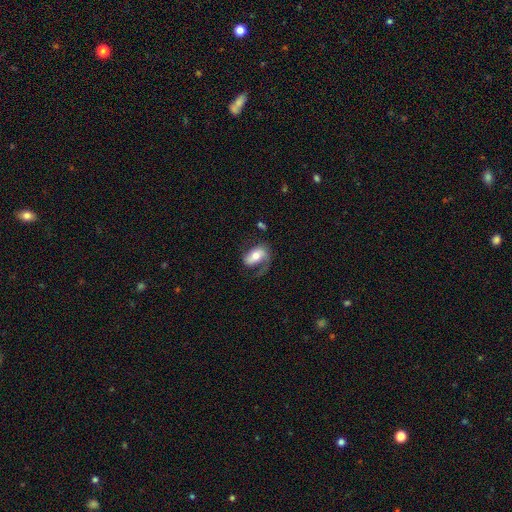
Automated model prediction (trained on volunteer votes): This is possibly a featured or disk galaxy (57%). It is clearly not viewed edge-on (94%). Bar: marginally no (41%). Spiral arm pattern: clearly yes (83%). Central bulge: likely moderate (67%). Merging: possibly none (47%).